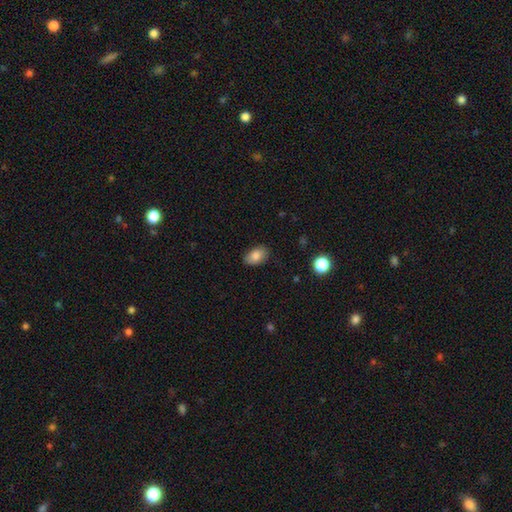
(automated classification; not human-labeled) smooth_or_featured: smooth (p=0.84) [alt: star or artifact p=0.08]
how_rounded: in between (p=0.89) [alt: round p=0.09]
merging: none (p=0.84) [alt: minor disturbance p=0.12]